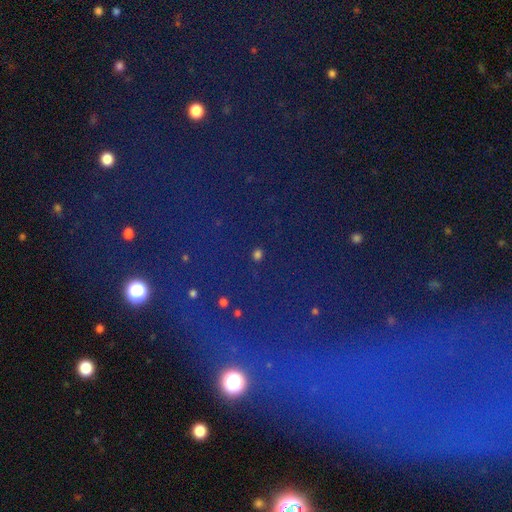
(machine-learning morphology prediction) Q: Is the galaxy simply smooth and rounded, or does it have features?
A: star or artifact — 71%.